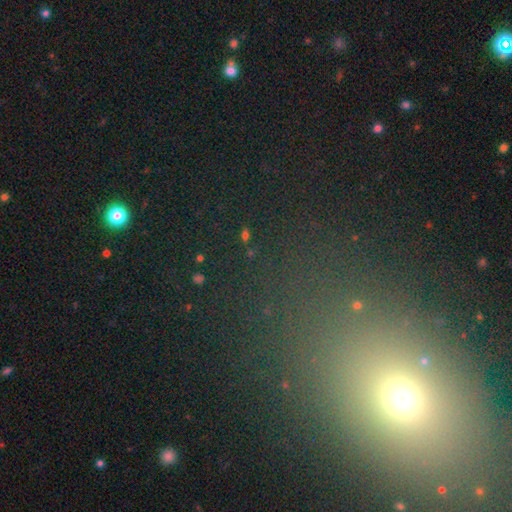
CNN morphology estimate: The model was most divided on "smooth or featured": star or artifact: 50%, smooth: 39%, featured or disk: 11%.